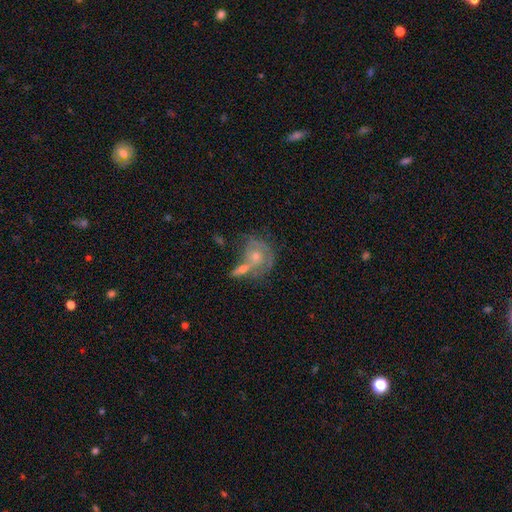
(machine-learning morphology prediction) A featured or disk galaxy (67%) with no bar (75%), spiral arms (76%) and a moderate central bulge (60%).

Vote fractions:
- Smooth or featured? featured or disk: 67% / smooth: 24% / star or artifact: 9%
- Edge-on disk? no: 95% / yes: 5%
- Bar? no: 75% / weak: 21% / strong: 4%
- Spiral arms? yes: 76% / no: 24%
- Bulge size? moderate: 60% / small: 32% / large: 4% / none: 3% / dominant: 1%
- Merging? merger: 39% / none: 34% / minor disturbance: 15% / major disturbance: 12%